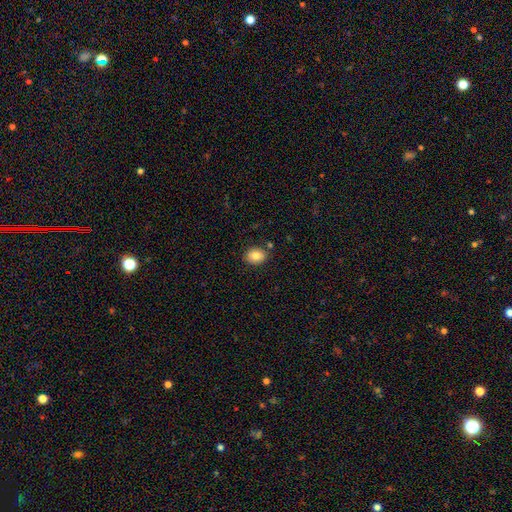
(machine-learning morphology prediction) smooth-or-featured: smooth: 85% | star or artifact: 8% | featured or disk: 7%
  how-rounded: in between: 58% | round: 41% | cigar-shaped: 1%
  merging: none: 85% | minor disturbance: 10% | merger: 3% | major disturbance: 2%